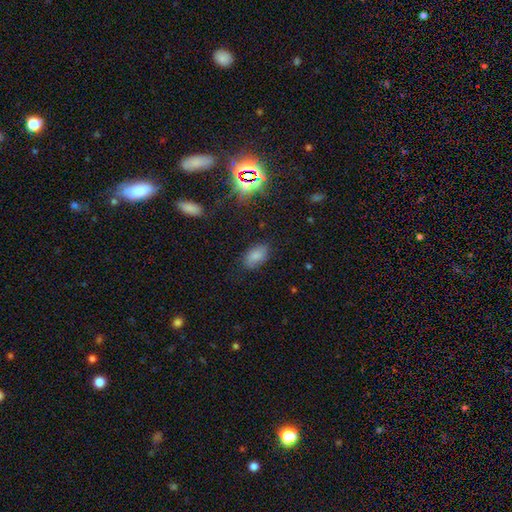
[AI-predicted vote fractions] Smooth or featured: smooth — 80% (star or artifact — 13%)
How rounded: in between — 92% (round — 5%)
Merging: none — 80% (minor disturbance — 14%)